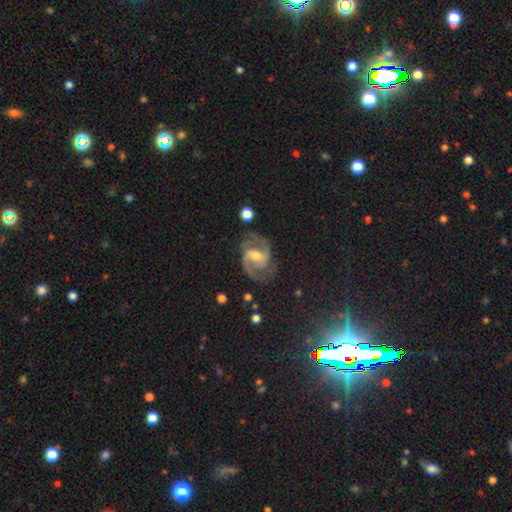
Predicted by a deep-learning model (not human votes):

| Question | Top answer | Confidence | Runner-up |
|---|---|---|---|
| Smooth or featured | featured or disk | 90% | star or artifact (6%) |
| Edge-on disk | no | 98% | yes (2%) |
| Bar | weak | 49% | no (26%) |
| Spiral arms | yes | 98% | no (2%) |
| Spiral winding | medium | 63% | tight (22%) |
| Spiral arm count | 2 | 93% | can't tell (2%) |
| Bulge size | moderate | 62% | small (31%) |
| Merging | none | 78% | minor disturbance (14%) |